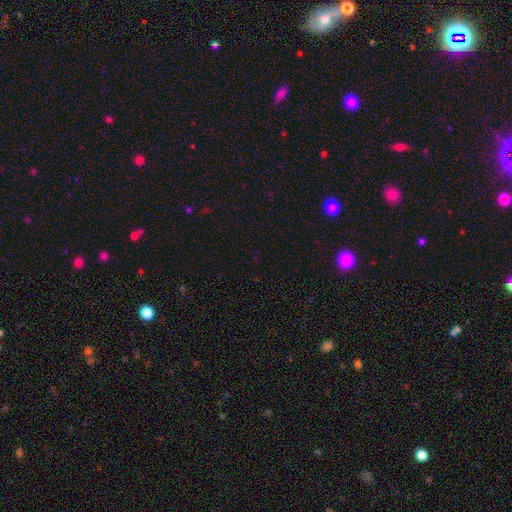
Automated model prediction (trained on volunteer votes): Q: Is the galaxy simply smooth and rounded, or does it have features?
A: star or artifact — 72%.